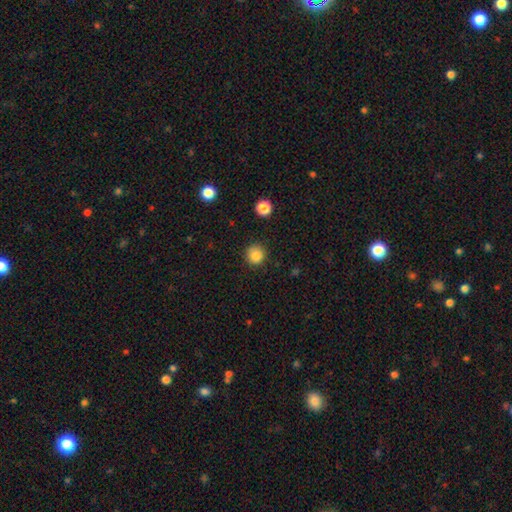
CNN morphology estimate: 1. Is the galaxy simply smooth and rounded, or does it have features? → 84% smooth, 11% star or artifact, 5% featured or disk.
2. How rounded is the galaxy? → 93% round, 6% in between, 1% cigar-shaped.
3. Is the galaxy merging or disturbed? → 89% none, 7% minor disturbance, 2% major disturbance, 1% merger.